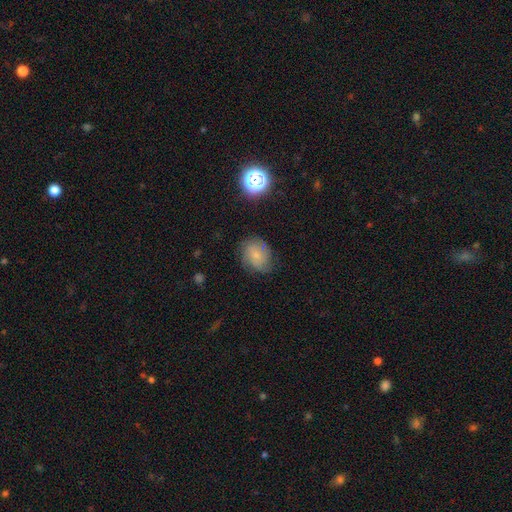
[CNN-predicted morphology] smooth_or_featured: smooth (p=0.61) [alt: featured or disk p=0.27]
how_rounded: round (p=0.51) [alt: in between p=0.47]
merging: none (p=0.68) [alt: minor disturbance p=0.23]